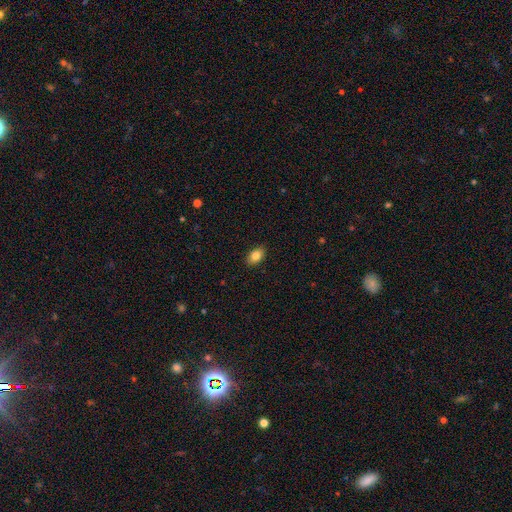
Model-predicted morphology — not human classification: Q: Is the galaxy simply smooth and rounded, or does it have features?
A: smooth — 84%.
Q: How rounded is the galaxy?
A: in between — 88%.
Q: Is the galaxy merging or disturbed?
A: none — 89%.